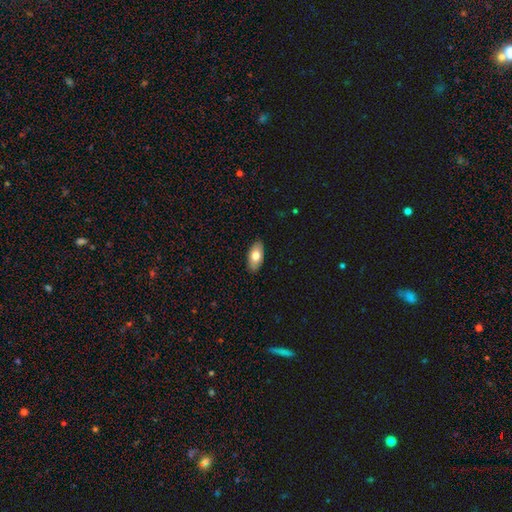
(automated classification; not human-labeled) smooth-or-featured: smooth: 74% | featured or disk: 20% | star or artifact: 6%
  how-rounded: in between: 93% | cigar-shaped: 4% | round: 3%
  merging: none: 89% | minor disturbance: 9% | major disturbance: 2% | merger: 1%